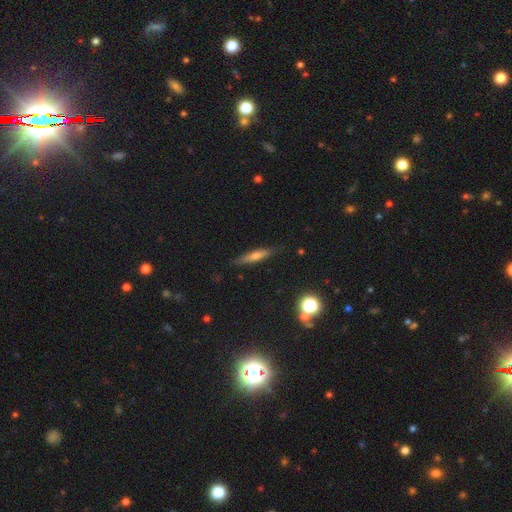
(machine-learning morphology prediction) Q: Smooth or featured?
A: smooth (55%); runner-up: featured or disk (35%)
Q: How rounded?
A: cigar-shaped (85%); runner-up: in between (13%)
Q: Merging?
A: none (85%); runner-up: minor disturbance (11%)